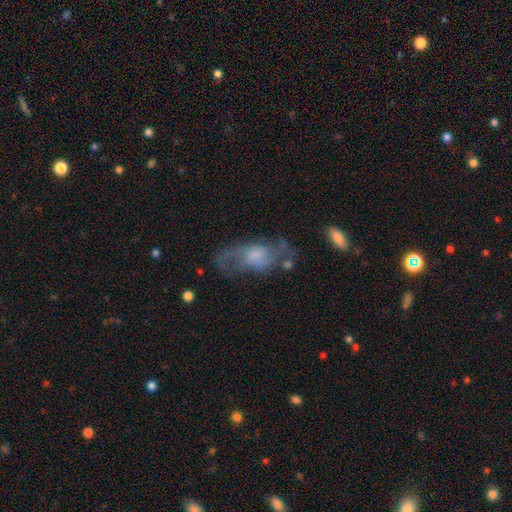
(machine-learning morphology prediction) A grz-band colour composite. It shows a featured or disk galaxy (69%) with no bar (62%), 2 (80%) loose (54%) spiral arms (86%) and a small central bulge (34%). Merging: none (52%).